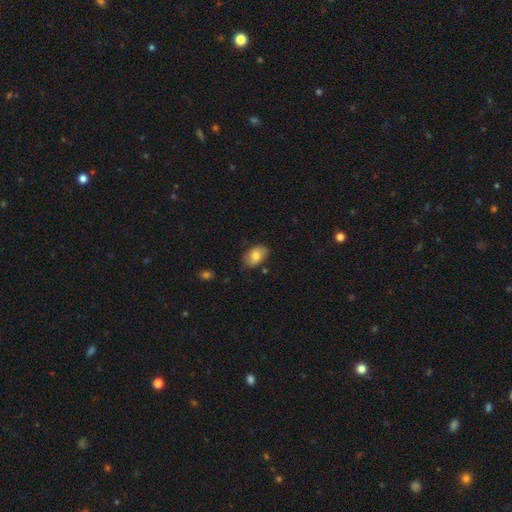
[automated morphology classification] type=smooth (80%); roundness=in between (90%); merging=none (76%).